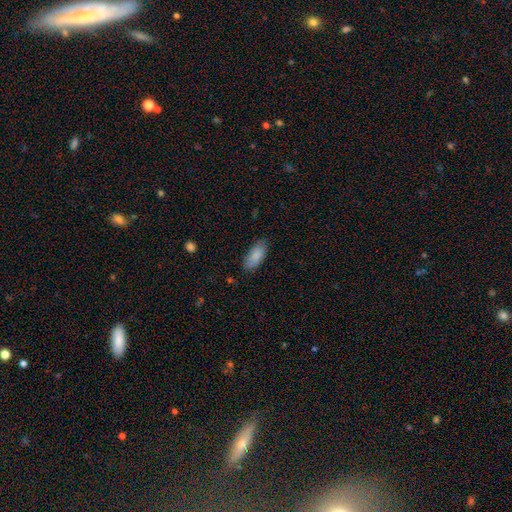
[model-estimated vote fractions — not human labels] Q: Smooth or featured?
A: smooth (87%); runner-up: featured or disk (7%)
Q: How rounded?
A: in between (86%); runner-up: cigar-shaped (13%)
Q: Merging?
A: none (81%); runner-up: minor disturbance (15%)